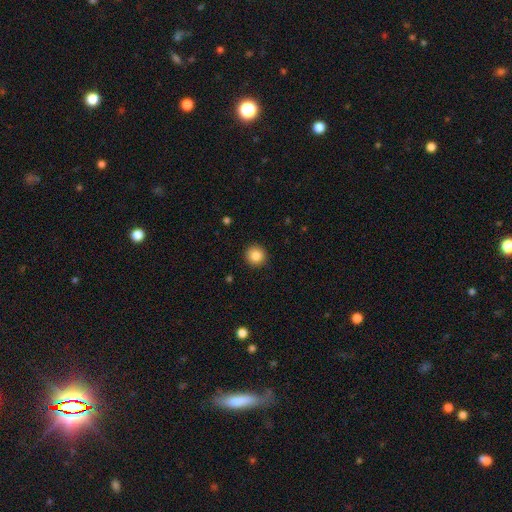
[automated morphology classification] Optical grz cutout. It shows a smooth galaxy with no disk features (86%) that is round (93%). Merging: none (92%).